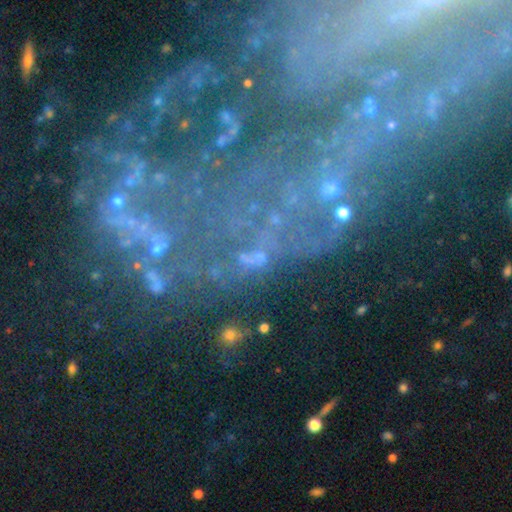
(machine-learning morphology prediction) type=star or artifact (43%).